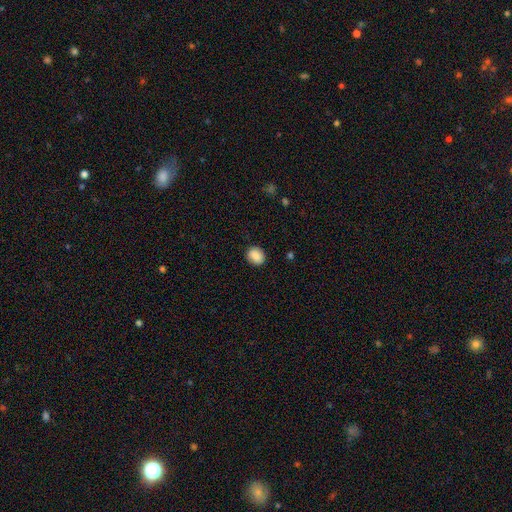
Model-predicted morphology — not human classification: Smooth or featured: smooth — 87% (star or artifact — 8%)
How rounded: round — 62% (in between — 37%)
Merging: none — 86% (minor disturbance — 10%)